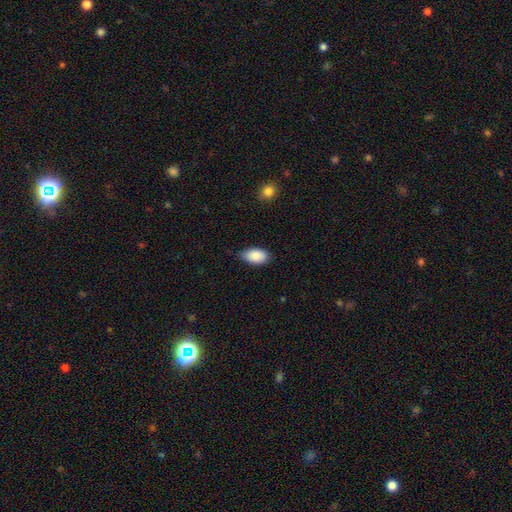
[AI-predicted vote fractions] Q: Smooth or featured?
A: smooth (88%); runner-up: star or artifact (6%)
Q: How rounded?
A: in between (94%); runner-up: round (4%)
Q: Merging?
A: none (75%); runner-up: minor disturbance (21%)